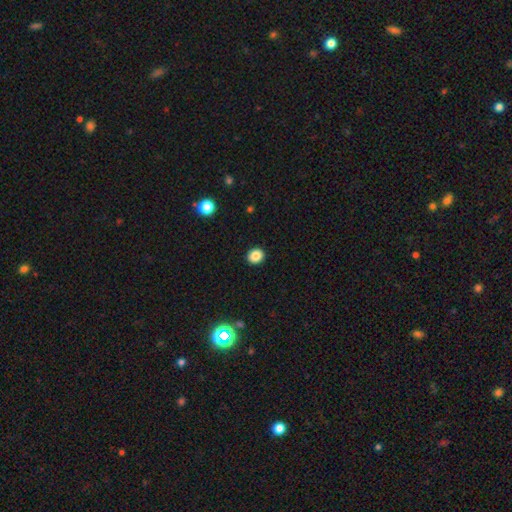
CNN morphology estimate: Smooth or featured? smooth (86%)
How rounded? round (79%)
Merging? none (92%)